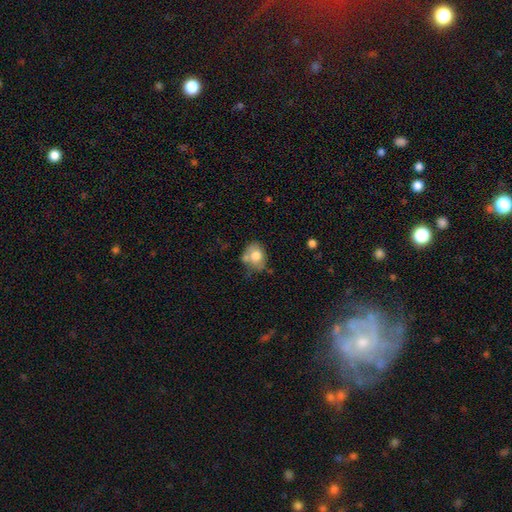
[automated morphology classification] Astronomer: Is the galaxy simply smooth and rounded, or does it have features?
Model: smooth — 70%.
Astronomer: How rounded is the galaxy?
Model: round — 50% (runner-up: in between, 49%).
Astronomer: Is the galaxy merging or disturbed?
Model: none — 46% (runner-up: minor disturbance, 25%).